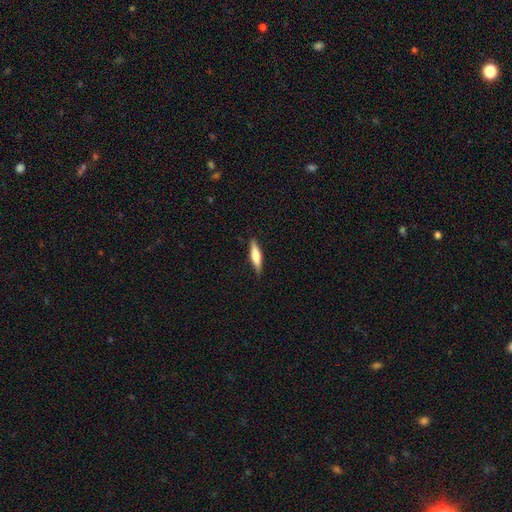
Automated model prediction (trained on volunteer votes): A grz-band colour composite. It shows a smooth galaxy with no disk features (59%) that is cigar-shaped (77%). Merging: none (85%).